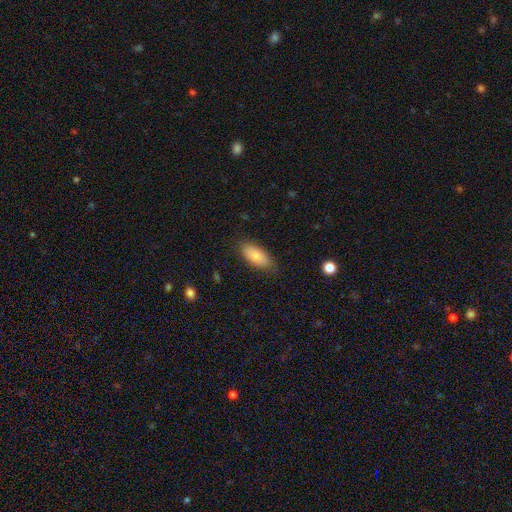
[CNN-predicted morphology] Overall: smooth (81%). How rounded: in between (90%). Merging: none (80%).